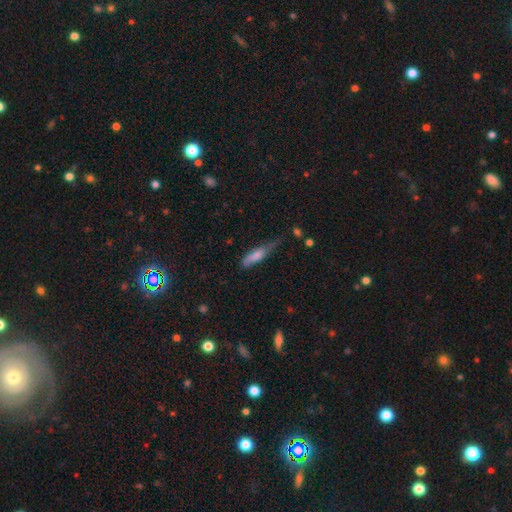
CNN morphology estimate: Q: Smooth or featured?
A: smooth (73%); runner-up: featured or disk (21%)
Q: How rounded?
A: cigar-shaped (59%); runner-up: in between (39%)
Q: Merging?
A: minor disturbance (43%); runner-up: none (35%)